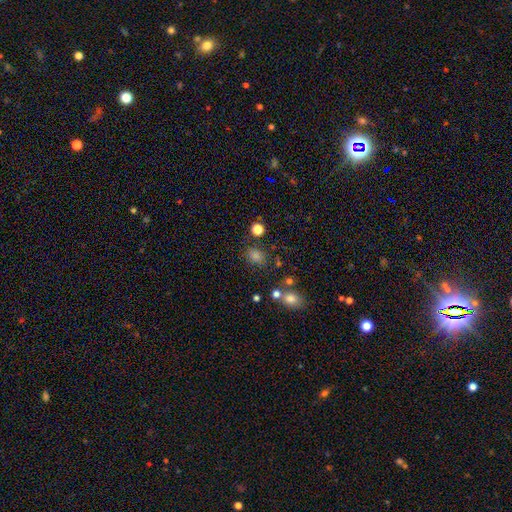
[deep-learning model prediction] This appears to be a smooth galaxy with no disk features (71%) that is round (51%). Merging: none (78%).